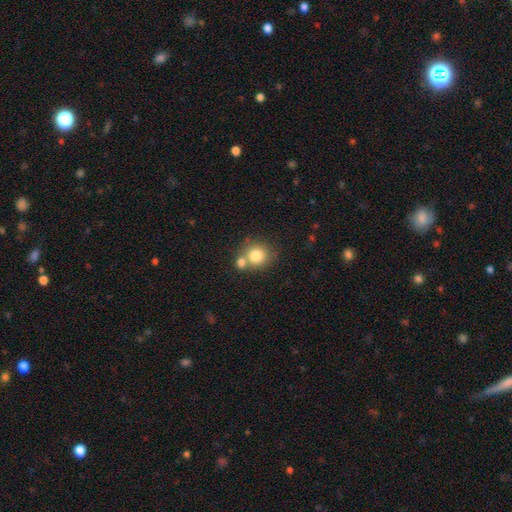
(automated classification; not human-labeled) Q: Smooth or featured?
A: smooth (80%); runner-up: featured or disk (10%)
Q: How rounded?
A: round (84%); runner-up: in between (15%)
Q: Merging?
A: none (51%); runner-up: merger (36%)